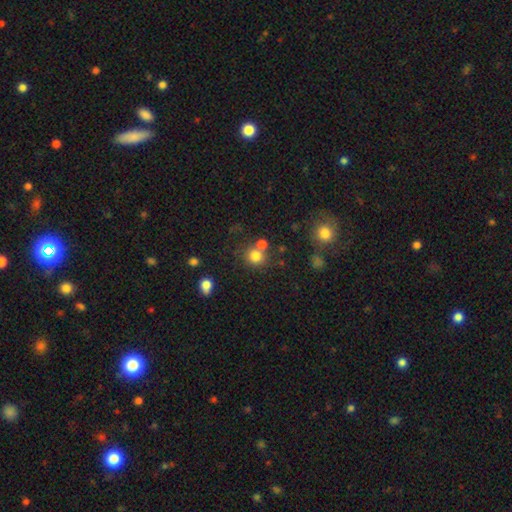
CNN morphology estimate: type=smooth (79%); roundness=round (86%); merging=none (64%).